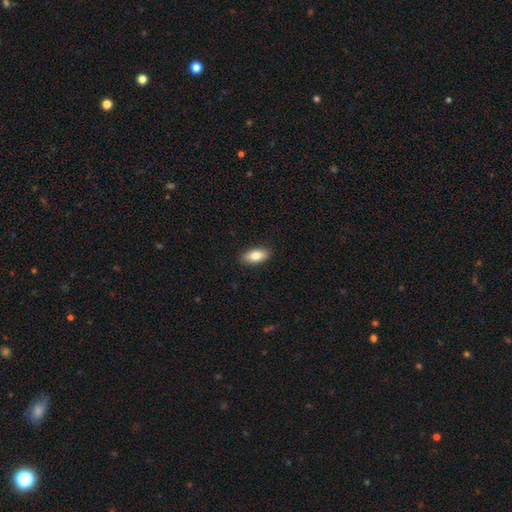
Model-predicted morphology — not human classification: Smooth or featured: smooth — 81% (featured or disk — 13%)
How rounded: in between — 88% (cigar-shaped — 9%)
Merging: none — 90% (minor disturbance — 8%)